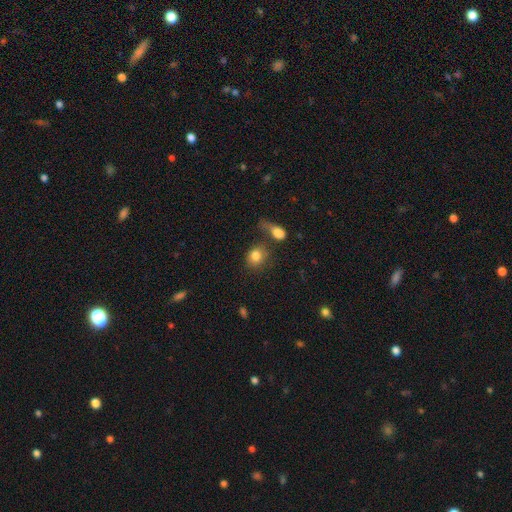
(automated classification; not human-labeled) Smooth or featured? smooth (82%)
How rounded? round (62%)
Merging? none (54%)